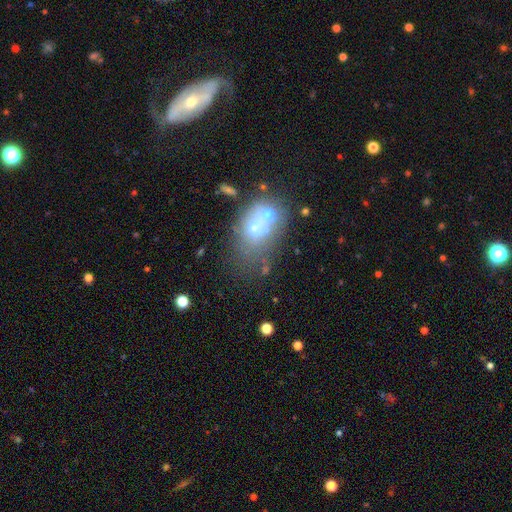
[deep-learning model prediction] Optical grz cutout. It shows a smooth galaxy with no disk features (44%). Merging: merger (50%).